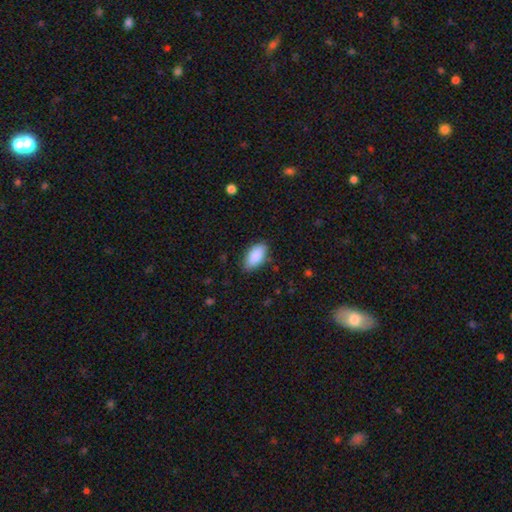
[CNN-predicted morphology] Smooth or featured? Predicted: smooth (p=0.89). How rounded? Predicted: in between (p=0.93). Merging? Predicted: none (p=0.81).